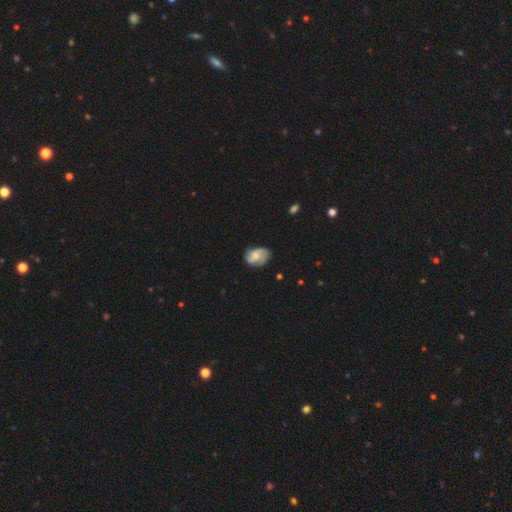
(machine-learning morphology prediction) Smooth or featured: featured or disk — 51% (smooth — 42%)
Edge-on disk: no — 97% (yes — 3%)
Merging: none — 65% (minor disturbance — 26%)